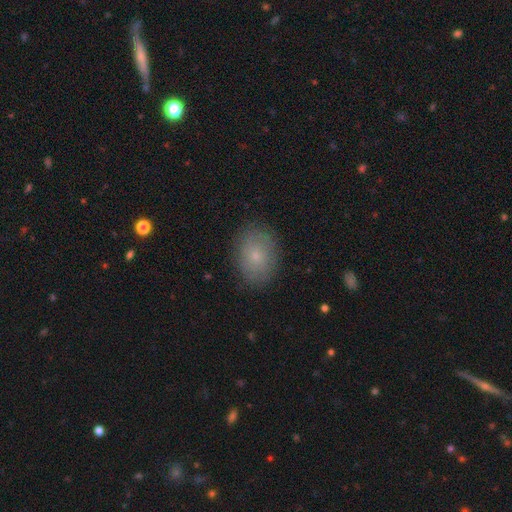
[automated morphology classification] smooth 70%, featured or disk 20%, star or artifact 10%. Down the decision tree: how rounded — in between (70%); merging — none (84%).